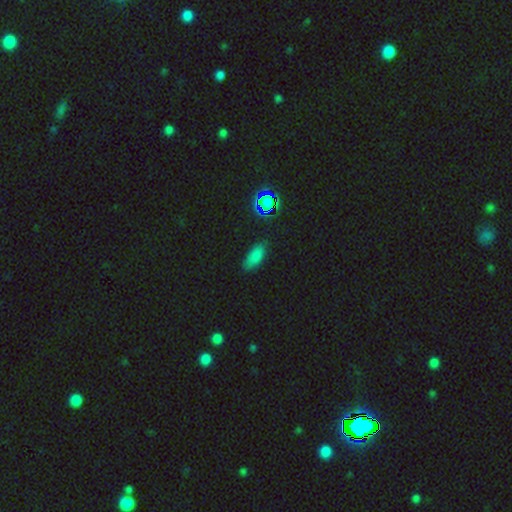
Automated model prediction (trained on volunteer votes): This appears to be a smooth galaxy with no disk features (71%) that is in between round and cigar-shaped (84%). Merging: none (80%).